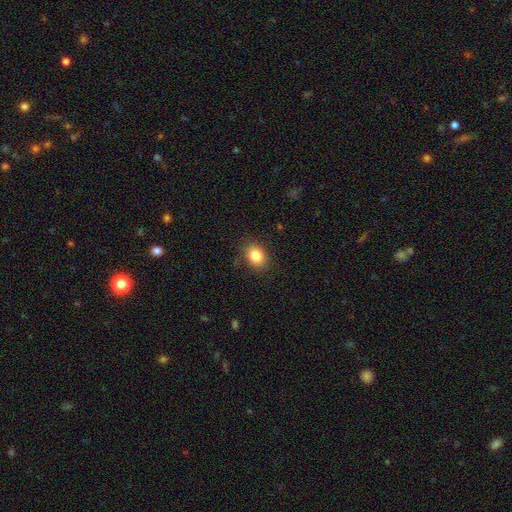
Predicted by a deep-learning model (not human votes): This appears to be a smooth galaxy with no disk features (83%) that is in between round and cigar-shaped (54%). Merging: none (84%).